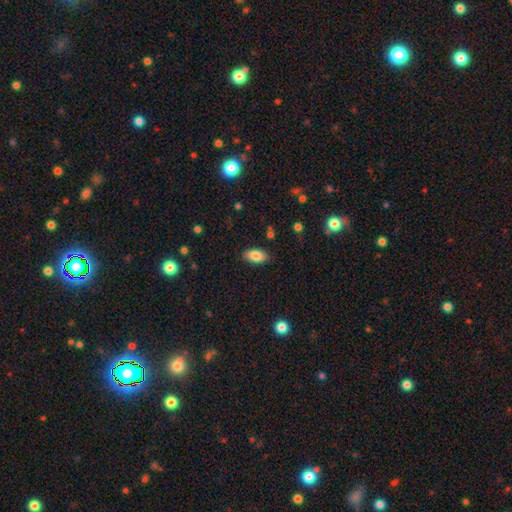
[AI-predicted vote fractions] This appears to be a smooth galaxy with no disk features (83%) that is in between round and cigar-shaped (92%). Merging: none (86%).